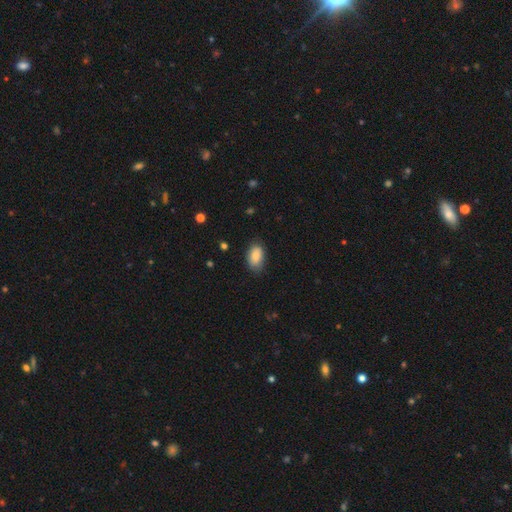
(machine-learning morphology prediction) This appears to be a smooth galaxy with no disk features (85%) that is in between round and cigar-shaped (91%). Merging: none (75%).